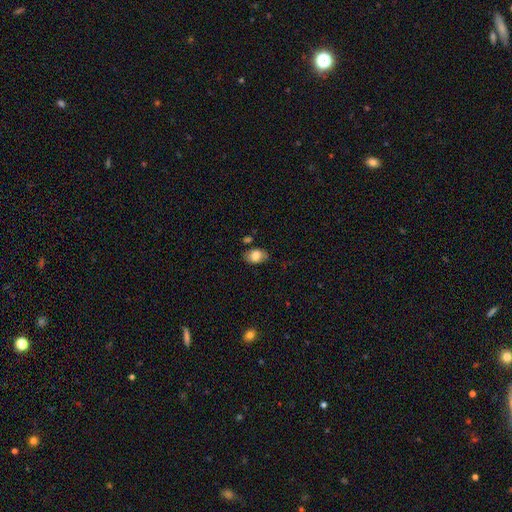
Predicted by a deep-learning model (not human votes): Smooth or featured? smooth (81%)
How rounded? in between (86%)
Merging? none (76%)